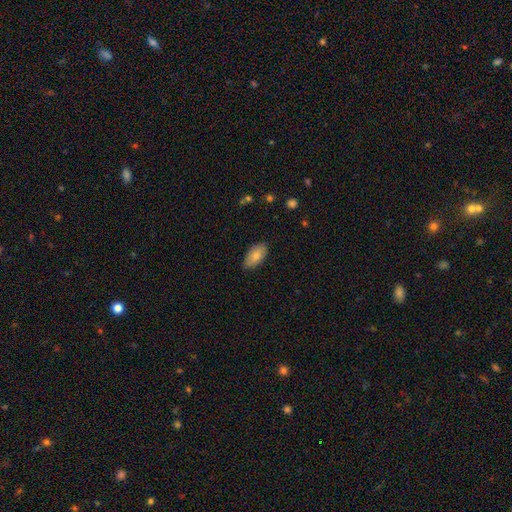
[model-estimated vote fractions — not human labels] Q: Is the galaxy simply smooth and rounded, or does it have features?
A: smooth — 79%.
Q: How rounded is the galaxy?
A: in between — 93%.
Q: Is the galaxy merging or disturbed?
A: none — 82%.